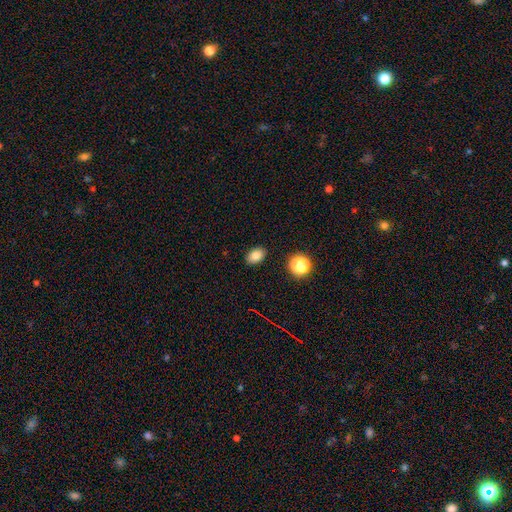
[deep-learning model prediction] The model was most divided on "how rounded": in between: 82%, round: 17%, cigar-shaped: 1%. More confident: merging — none (87%); smooth or featured — smooth (82%).